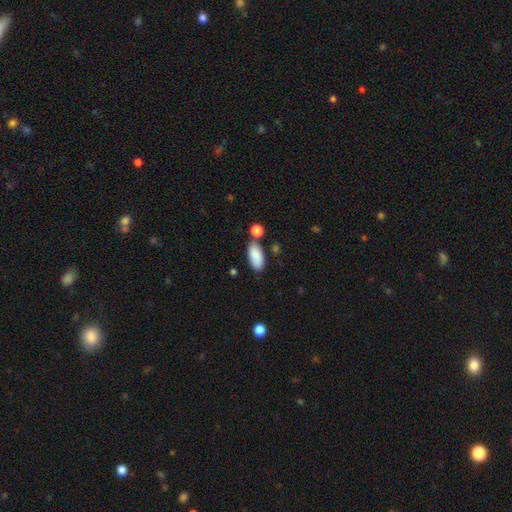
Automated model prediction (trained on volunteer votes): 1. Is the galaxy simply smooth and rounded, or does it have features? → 88% smooth, 6% star or artifact, 5% featured or disk.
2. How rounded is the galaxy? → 90% in between, 8% cigar-shaped, 2% round.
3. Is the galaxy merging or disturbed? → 73% none, 13% minor disturbance, 10% merger, 3% major disturbance.